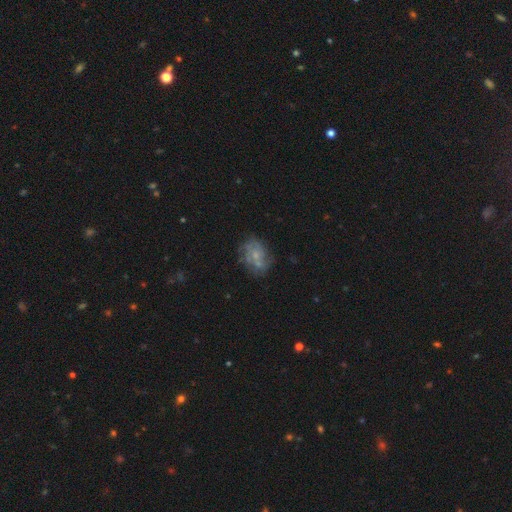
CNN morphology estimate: The model was most divided on "spiral arms": no: 55%, yes: 45%. More confident: edge-on disk — no (97%); bar — no (83%); bulge size — small (55%); merging — none (55%); smooth or featured — featured or disk (53%).